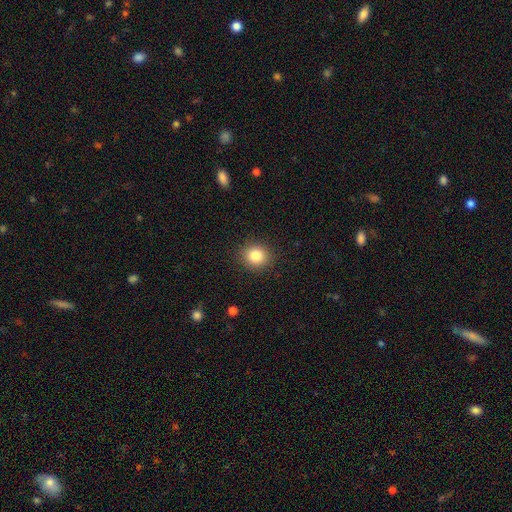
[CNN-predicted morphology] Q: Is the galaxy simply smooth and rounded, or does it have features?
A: smooth — 83%.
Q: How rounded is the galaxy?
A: round — 81%.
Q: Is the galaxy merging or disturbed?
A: none — 90%.